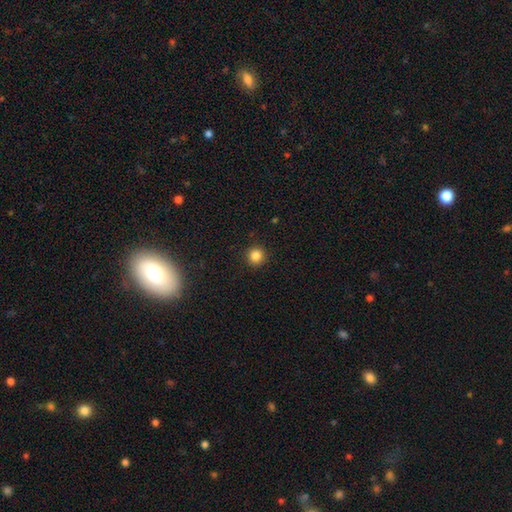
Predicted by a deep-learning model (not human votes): Smooth or featured? Predicted: smooth (p=0.84). How rounded? Predicted: round (p=0.94). Merging? Predicted: none (p=0.92).